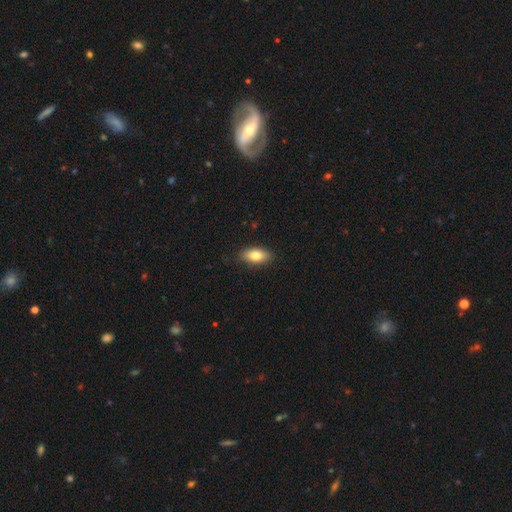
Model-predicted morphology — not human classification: A smooth galaxy with no disk features (79%) that is in between round and cigar-shaped (87%).

Vote fractions:
- Smooth or featured? smooth: 79% / featured or disk: 14% / star or artifact: 7%
- How rounded? in between: 87% / cigar-shaped: 8% / round: 4%
- Merging? none: 85% / minor disturbance: 12% / major disturbance: 2% / merger: 1%